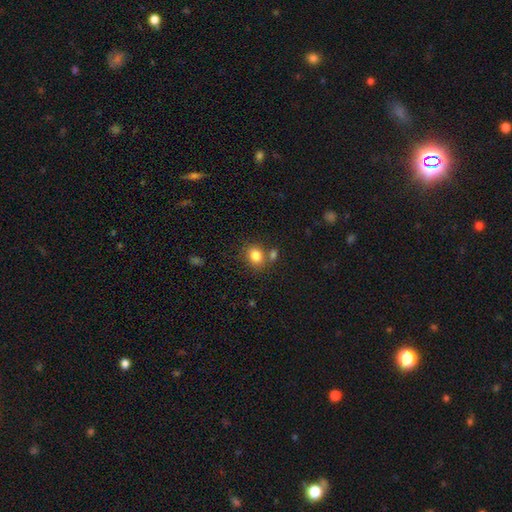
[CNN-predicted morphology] Smooth or featured? smooth (83%)
How rounded? round (62%)
Merging? none (65%)